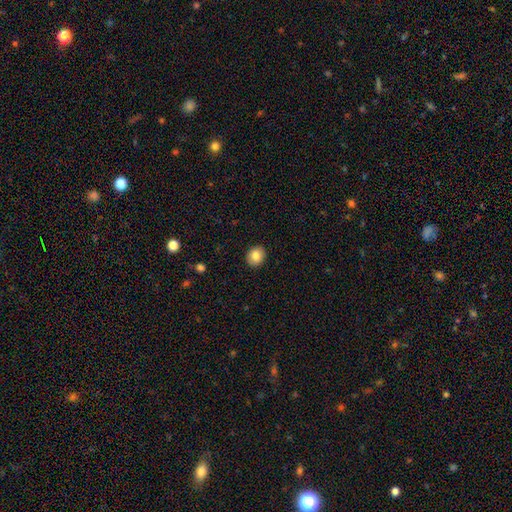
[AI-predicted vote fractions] This is clearly a smooth galaxy (83%). How rounded: likely round (64%). Merging: clearly none (91%).